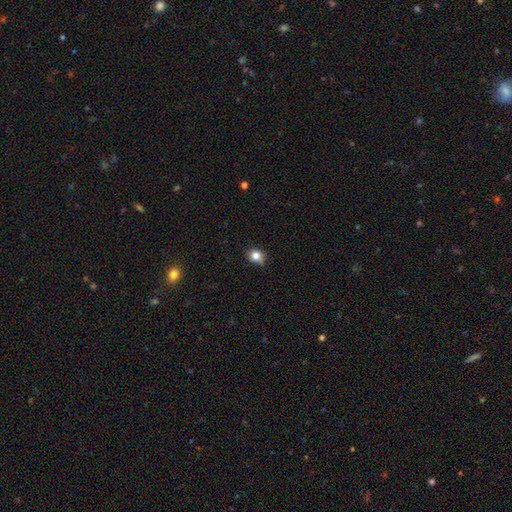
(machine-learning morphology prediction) Q: Smooth or featured?
A: smooth (80%); runner-up: star or artifact (11%)
Q: How rounded?
A: round (63%); runner-up: in between (36%)
Q: Merging?
A: none (70%); runner-up: minor disturbance (24%)